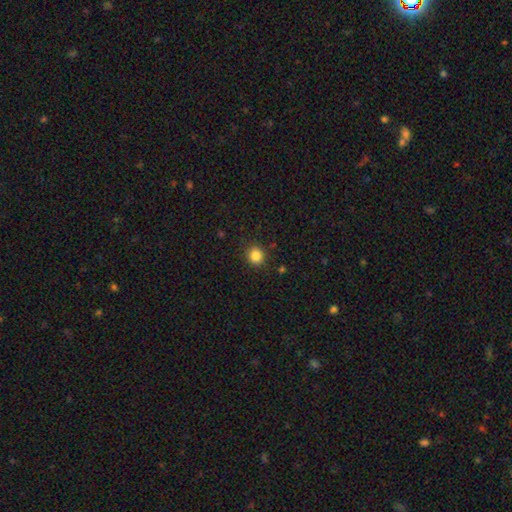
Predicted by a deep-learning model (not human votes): This appears to be a smooth galaxy with no disk features (85%) that is round (89%). Merging: none (89%).